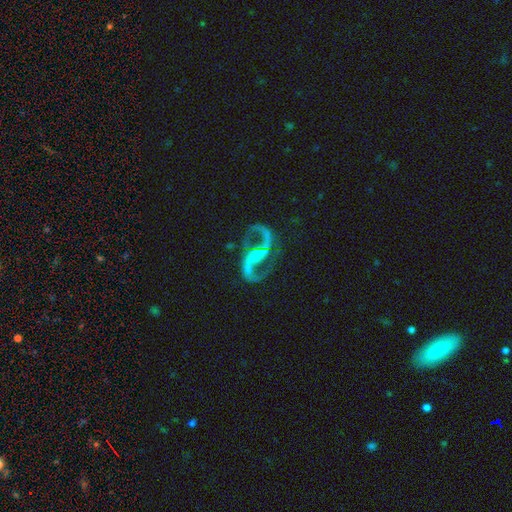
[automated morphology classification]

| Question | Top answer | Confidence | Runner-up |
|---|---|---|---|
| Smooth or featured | featured or disk | 91% | star or artifact (6%) |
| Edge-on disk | no | 98% | yes (2%) |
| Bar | weak | 41% | strong (36%) |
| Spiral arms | yes | 97% | no (3%) |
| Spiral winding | loose | 49% | medium (44%) |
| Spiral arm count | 2 | 94% | 1 (2%) |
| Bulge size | none | 50% | small (29%) |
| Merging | none | 69% | minor disturbance (14%) |